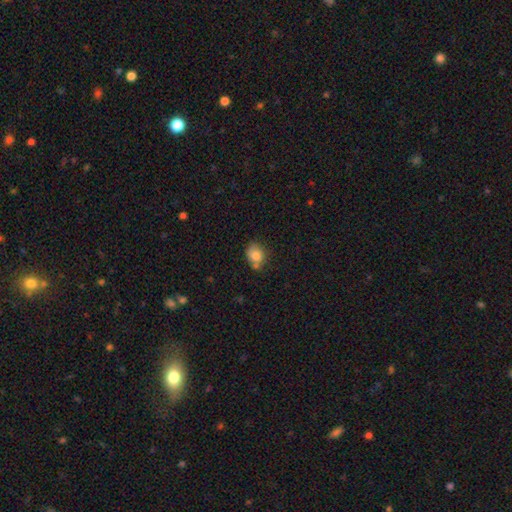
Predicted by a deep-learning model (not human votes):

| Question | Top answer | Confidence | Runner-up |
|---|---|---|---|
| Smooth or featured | smooth | 81% | star or artifact (9%) |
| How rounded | round | 55% | in between (44%) |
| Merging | none | 54% | minor disturbance (21%) |